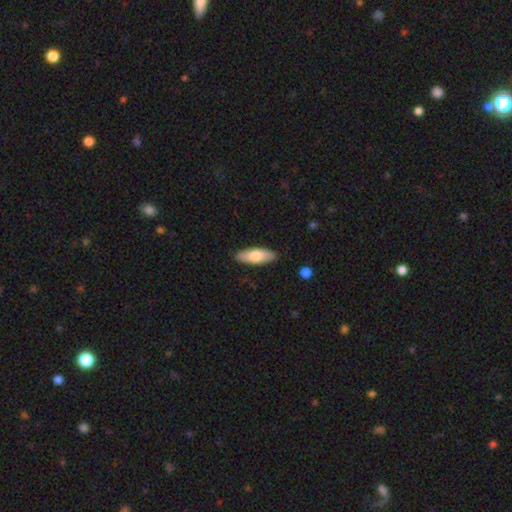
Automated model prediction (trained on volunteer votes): smooth_or_featured: smooth (p=0.72) [alt: featured or disk p=0.23]
how_rounded: in between (p=0.64) [alt: cigar-shaped p=0.34]
merging: none (p=0.88) [alt: minor disturbance p=0.09]